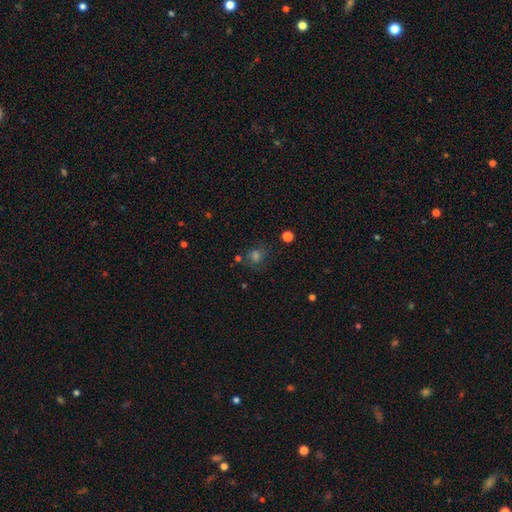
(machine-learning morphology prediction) smooth 55%, star or artifact 29%, featured or disk 15%. Down the decision tree: how rounded — round (80%); merging — none (72%).